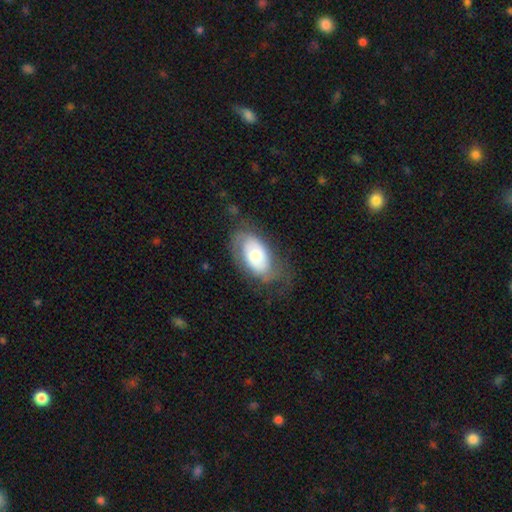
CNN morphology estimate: smooth 49%, featured or disk 44%, star or artifact 6%. Down the decision tree: merging — none (60%).